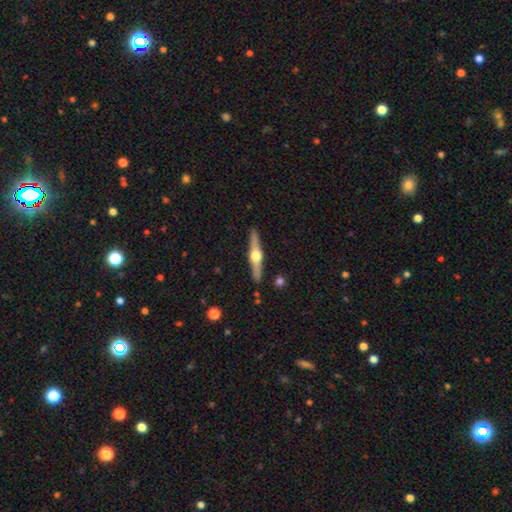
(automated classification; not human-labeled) Smooth or featured?
  - featured or disk: 77% *
  - smooth: 18%
  - star or artifact: 5%
Edge-on disk?
  - yes: 98% *
  - no: 2%
Edge-on bulge?
  - rounded: 96% *
  - boxy: 2%
  - none: 2%
Merging?
  - none: 91% *
  - minor disturbance: 6%
  - merger: 2%
  - major disturbance: 1%